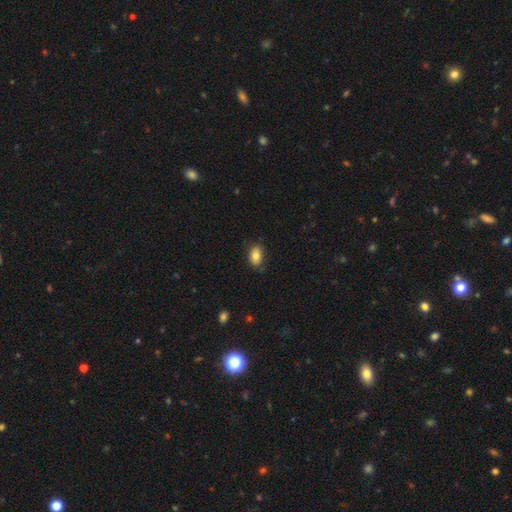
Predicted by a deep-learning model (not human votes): Smooth or featured?
  - smooth: 80% *
  - featured or disk: 12%
  - star or artifact: 8%
How rounded?
  - in between: 88% *
  - round: 10%
  - cigar-shaped: 2%
Merging?
  - none: 78% *
  - minor disturbance: 17%
  - major disturbance: 3%
  - merger: 1%